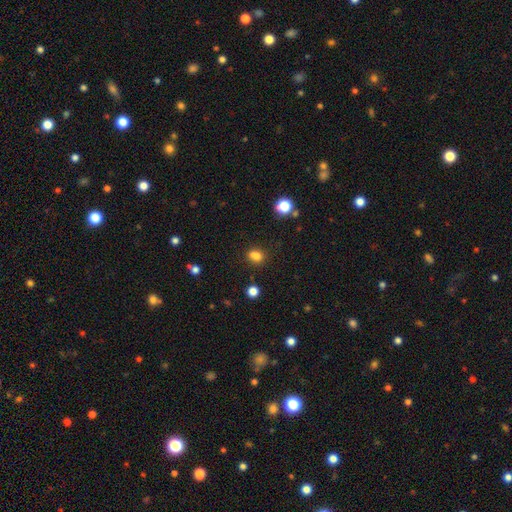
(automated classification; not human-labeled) This appears to be a smooth galaxy with no disk features (81%) that is in between round and cigar-shaped (59%). Merging: none (73%).